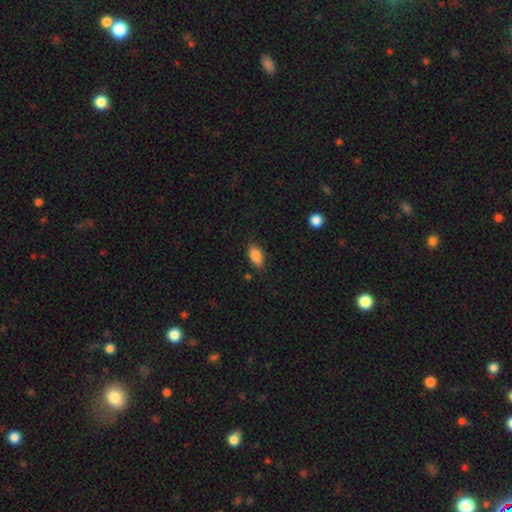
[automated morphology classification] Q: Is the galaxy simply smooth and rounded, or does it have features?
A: smooth — 86%.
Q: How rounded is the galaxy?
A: in between — 90%.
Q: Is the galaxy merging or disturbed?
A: none — 81%.